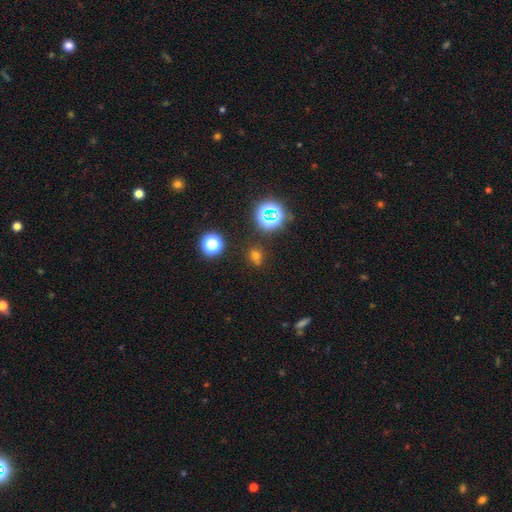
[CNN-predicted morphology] Smooth or featured? smooth (57%)
How rounded? round (76%)
Merging? none (69%)